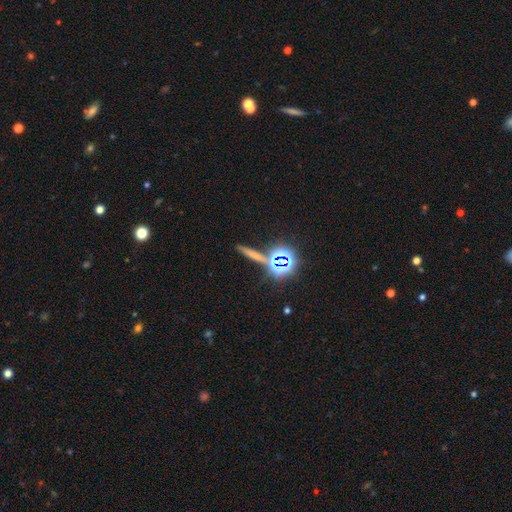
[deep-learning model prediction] Q: Smooth or featured?
A: smooth (46%); runner-up: star or artifact (34%)
Q: Merging?
A: none (78%); runner-up: merger (10%)